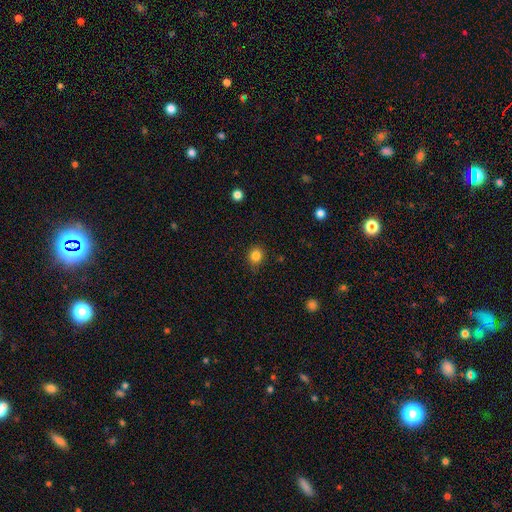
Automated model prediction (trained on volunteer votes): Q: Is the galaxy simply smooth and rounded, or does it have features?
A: smooth — 84%.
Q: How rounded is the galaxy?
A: round — 81%.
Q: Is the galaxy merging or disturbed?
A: none — 80%.